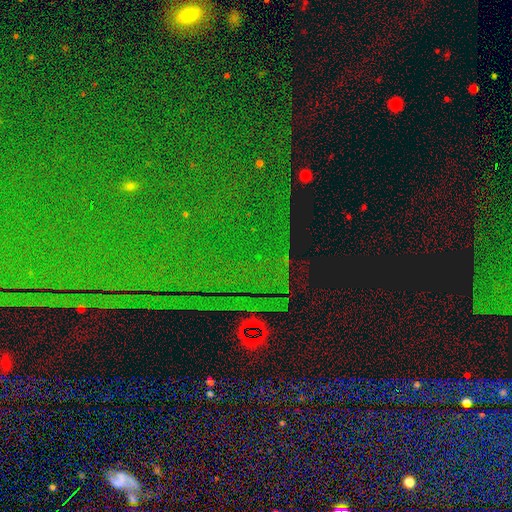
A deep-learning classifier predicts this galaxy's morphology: A star or artifact, not a galaxy (85%).